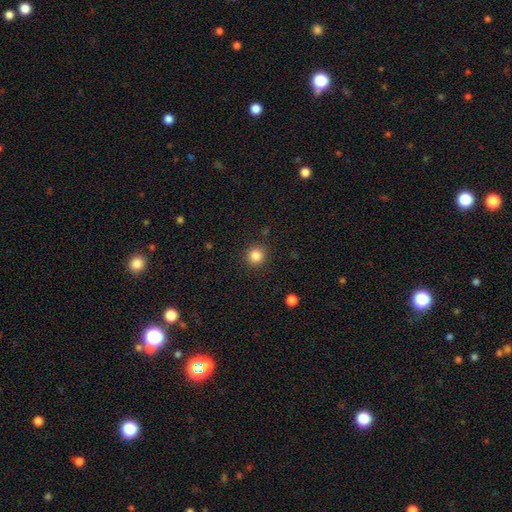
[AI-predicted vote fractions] This is clearly a smooth galaxy (84%). How rounded: clearly round (94%). Merging: clearly none (90%).